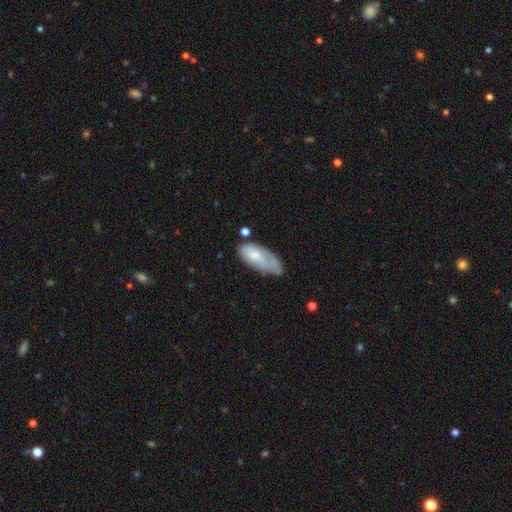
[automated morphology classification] The model was most divided on "merging": none: 41%, minor disturbance: 35%, major disturbance: 16%, merger: 8%. More confident: how rounded — in between (84%); smooth or featured — smooth (69%).